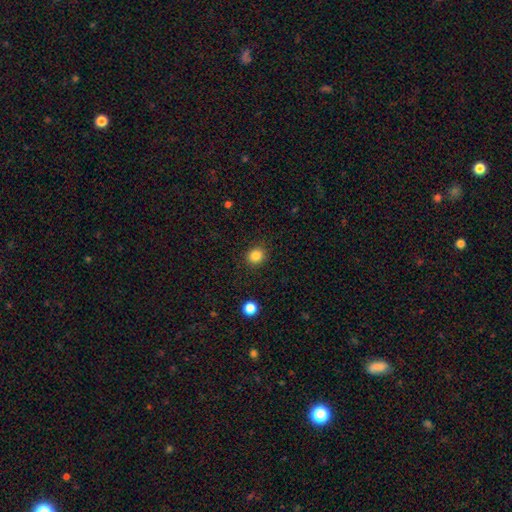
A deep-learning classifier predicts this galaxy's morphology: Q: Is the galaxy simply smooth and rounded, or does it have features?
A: smooth — 84%.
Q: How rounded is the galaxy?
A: round — 83%.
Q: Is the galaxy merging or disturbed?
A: none — 90%.